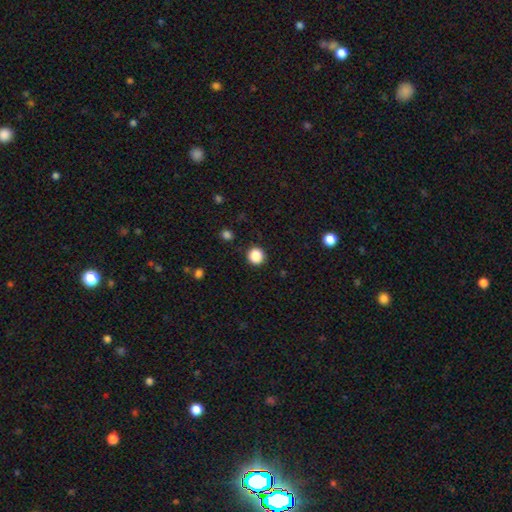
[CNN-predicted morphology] Smooth or featured? Predicted: smooth (p=0.87). How rounded? Predicted: round (p=0.91). Merging? Predicted: none (p=0.90).